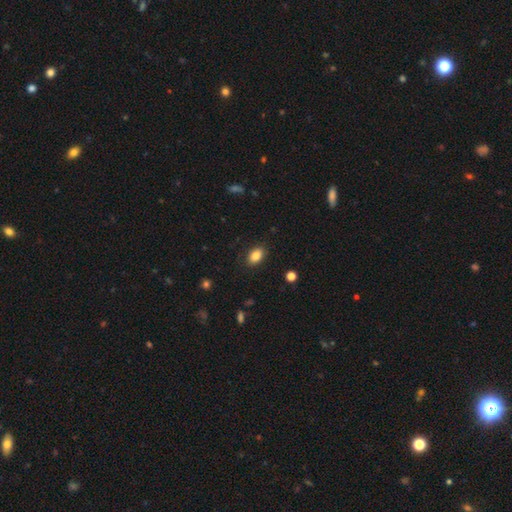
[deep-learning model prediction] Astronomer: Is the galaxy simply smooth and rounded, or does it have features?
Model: smooth — 86%.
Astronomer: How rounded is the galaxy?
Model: in between — 87%.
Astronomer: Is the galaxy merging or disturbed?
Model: none — 87%.